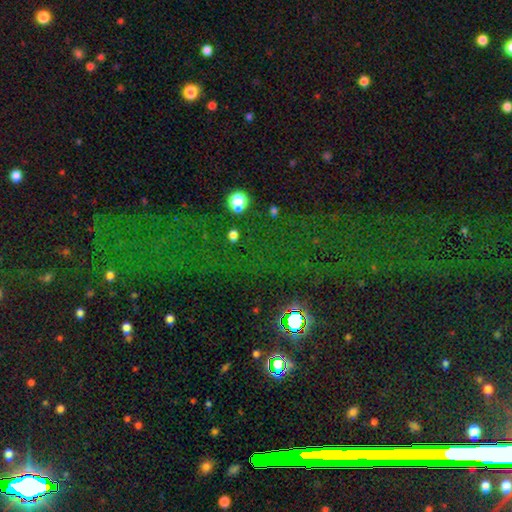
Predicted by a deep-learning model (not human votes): A star or artifact, not a galaxy (72%).